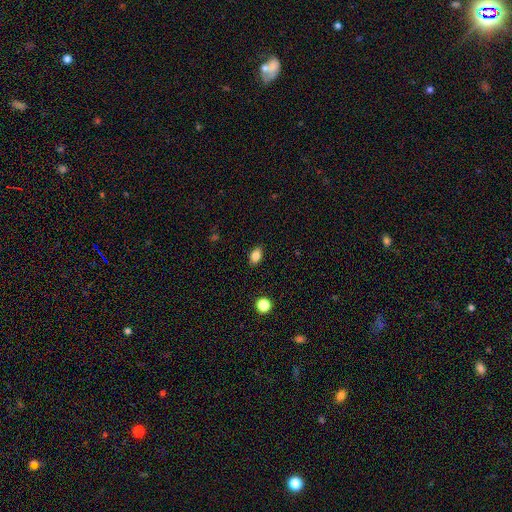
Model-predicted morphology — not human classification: The model was most divided on "smooth or featured": smooth: 83%, star or artifact: 10%, featured or disk: 8%. More confident: merging — none (88%); how rounded — in between (86%).